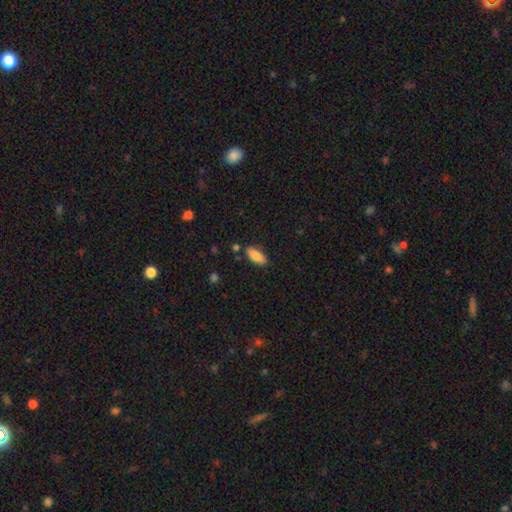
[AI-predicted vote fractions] This appears to be a smooth galaxy with no disk features (83%) that is in between round and cigar-shaped (76%). Merging: none (82%).